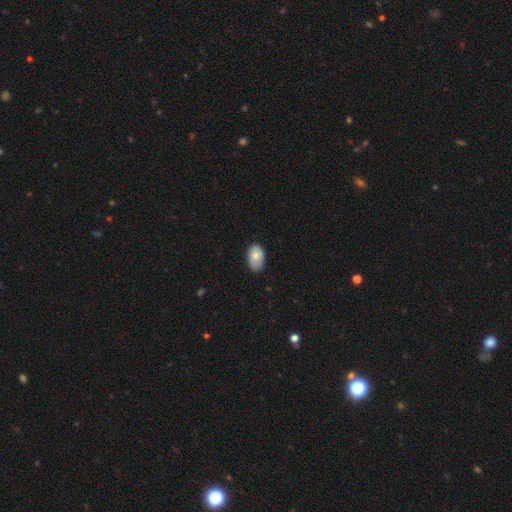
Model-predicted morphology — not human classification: Smooth or featured: smooth — 77% (featured or disk — 16%)
How rounded: in between — 90% (round — 9%)
Merging: none — 75% (minor disturbance — 21%)